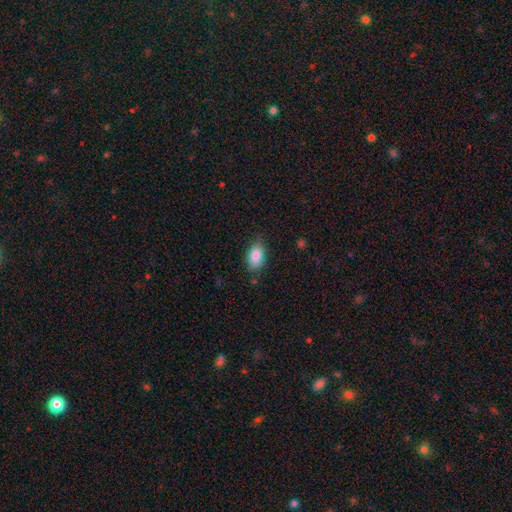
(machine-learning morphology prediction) Smooth or featured? smooth (85%)
How rounded? in between (90%)
Merging? none (79%)